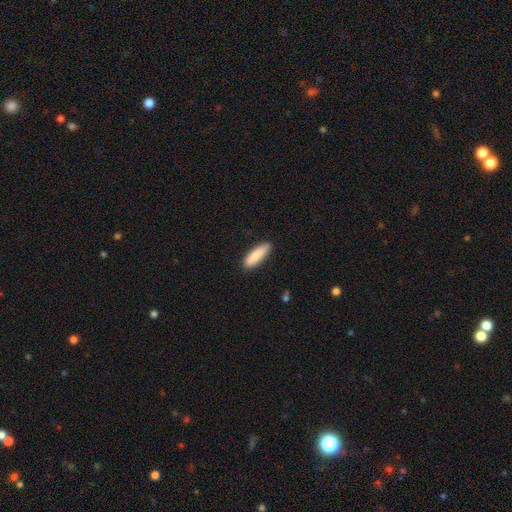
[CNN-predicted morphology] A smooth galaxy with no disk features (86%) that is cigar-shaped (55%).

Vote fractions:
- Smooth or featured? smooth: 86% / featured or disk: 8% / star or artifact: 6%
- How rounded? cigar-shaped: 55% / in between: 44% / round: 2%
- Merging? none: 87% / minor disturbance: 10% / major disturbance: 2% / merger: 1%